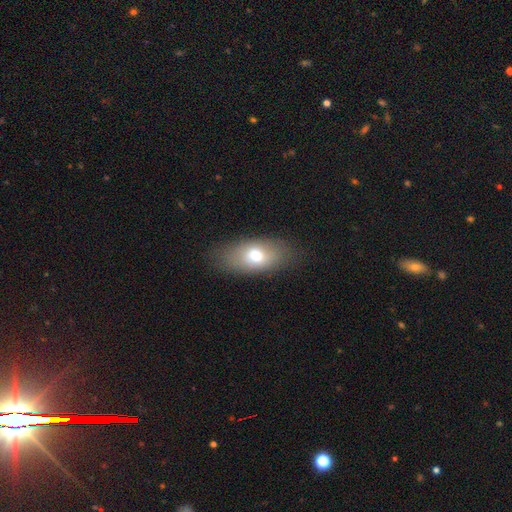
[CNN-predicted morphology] A smooth galaxy with no disk features (73%) that is in between round and cigar-shaped (89%). Merging: none (80%).